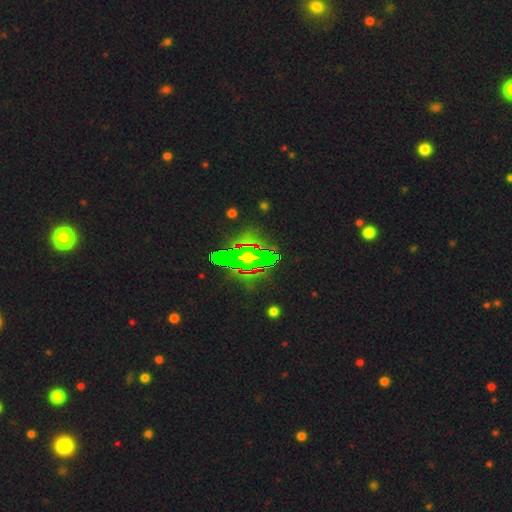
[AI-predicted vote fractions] This appears to be a star or artifact, not a galaxy (54%).